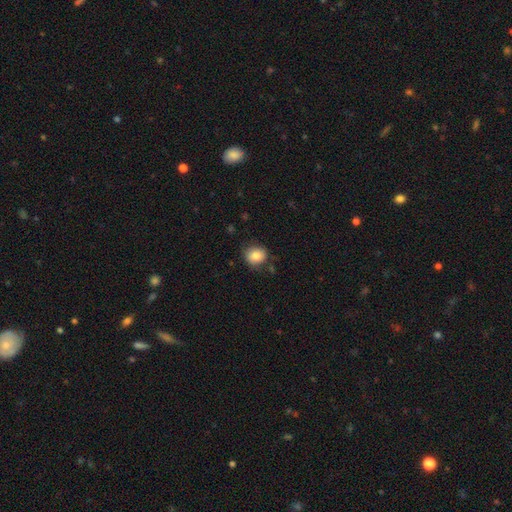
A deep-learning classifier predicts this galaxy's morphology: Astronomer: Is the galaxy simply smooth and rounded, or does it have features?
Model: smooth — 83%.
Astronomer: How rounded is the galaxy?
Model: round — 75%.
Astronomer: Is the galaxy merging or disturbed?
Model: none — 80%.